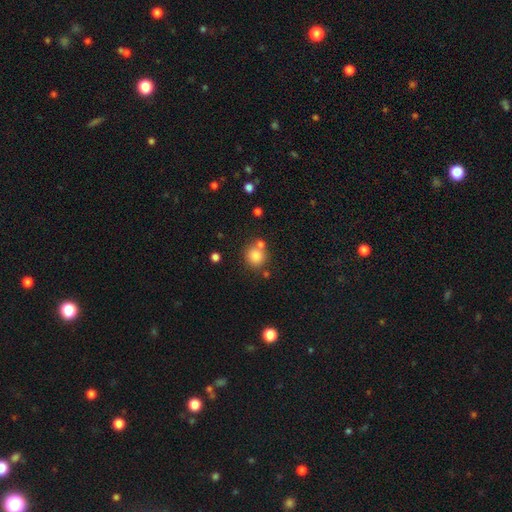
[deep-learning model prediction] Smooth or featured: smooth — 83% (star or artifact — 11%)
How rounded: round — 89% (in between — 10%)
Merging: none — 67% (merger — 19%)